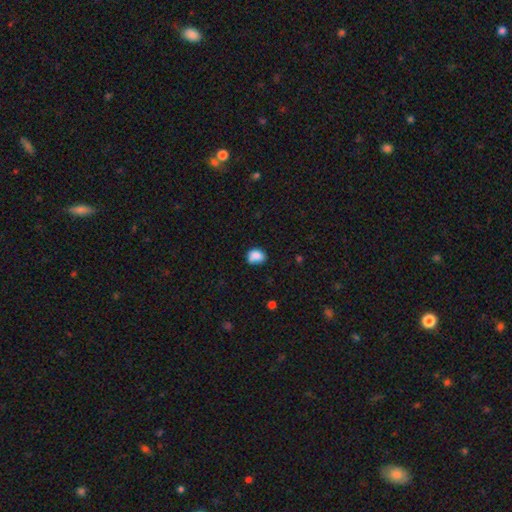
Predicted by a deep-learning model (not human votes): Smooth or featured? smooth (83%)
How rounded? in between (59%)
Merging? none (52%)